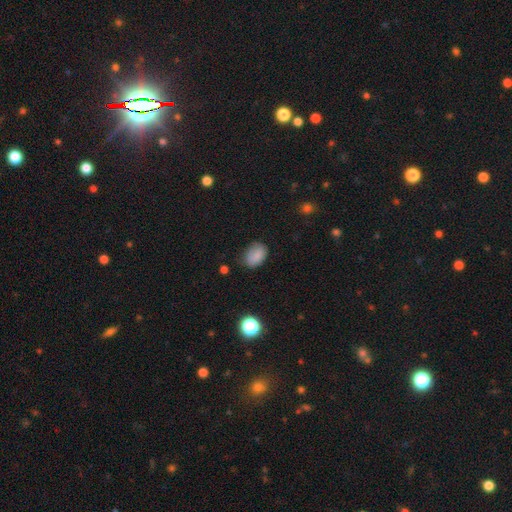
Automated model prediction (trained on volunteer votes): A smooth galaxy with no disk features (83%) that is in between round and cigar-shaped (81%).

Vote fractions:
- Smooth or featured? smooth: 83% / star or artifact: 10% / featured or disk: 6%
- How rounded? in between: 81% / round: 18% / cigar-shaped: 1%
- Merging? none: 72% / minor disturbance: 21% / major disturbance: 5% / merger: 2%